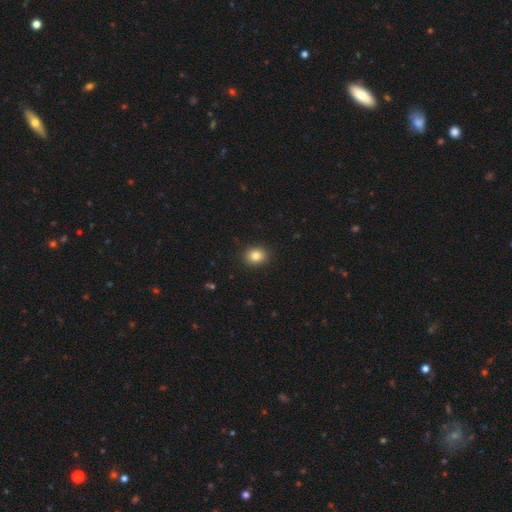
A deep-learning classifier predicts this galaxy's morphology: A smooth galaxy with no disk features (84%) that is round (54%).

Vote fractions:
- Smooth or featured? smooth: 84% / star or artifact: 10% / featured or disk: 6%
- How rounded? round: 54% / in between: 46% / cigar-shaped: 1%
- Merging? none: 90% / minor disturbance: 7% / major disturbance: 2% / merger: 1%